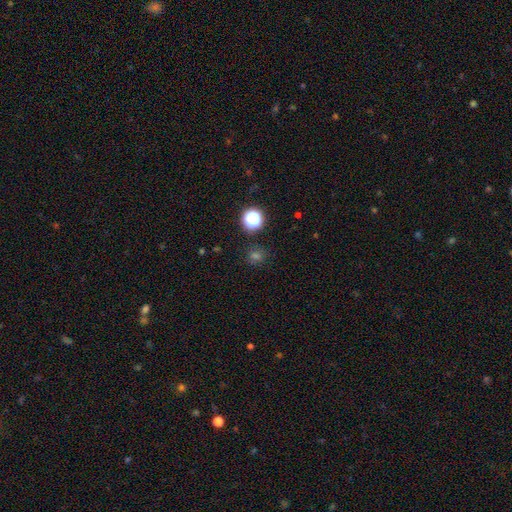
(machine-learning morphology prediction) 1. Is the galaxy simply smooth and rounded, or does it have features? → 54% smooth, 40% star or artifact, 6% featured or disk.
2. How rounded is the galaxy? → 86% round, 13% in between, 1% cigar-shaped.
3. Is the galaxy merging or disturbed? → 85% none, 8% minor disturbance, 4% merger, 3% major disturbance.